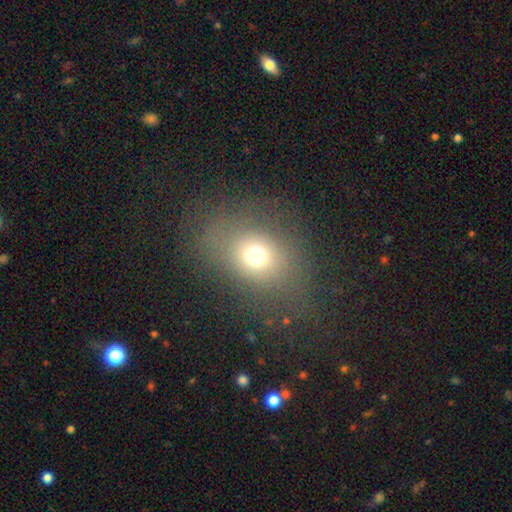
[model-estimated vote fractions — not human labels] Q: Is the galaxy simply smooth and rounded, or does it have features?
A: smooth — 68%.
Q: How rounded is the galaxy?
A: round — 50%.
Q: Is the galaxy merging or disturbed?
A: none — 71%.